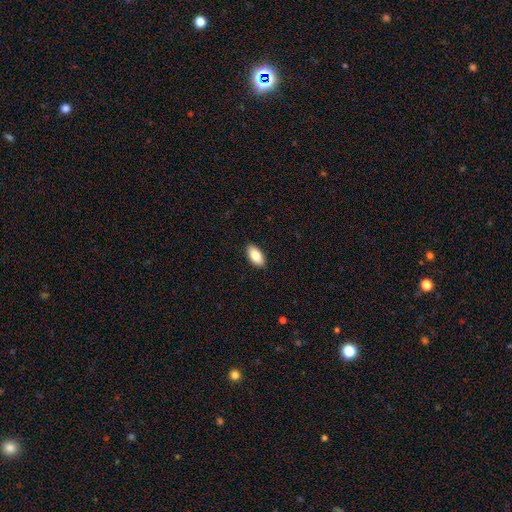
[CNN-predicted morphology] smooth 84%, featured or disk 9%, star or artifact 7%. Down the decision tree: how rounded — in between (94%); merging — none (90%).